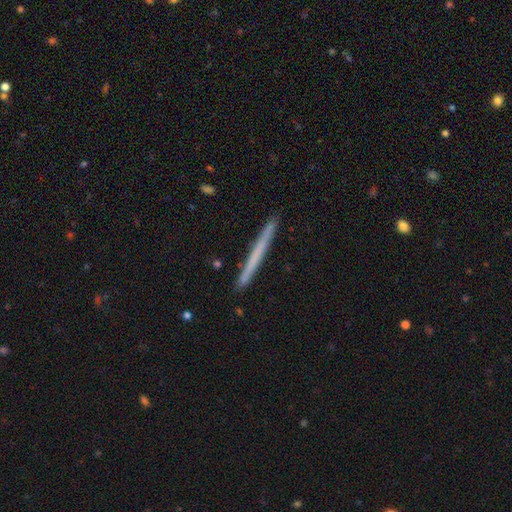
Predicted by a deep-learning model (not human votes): A smooth galaxy with no disk features (54%) that is cigar-shaped (97%).

Vote fractions:
- Smooth or featured? smooth: 54% / featured or disk: 40% / star or artifact: 6%
- How rounded? cigar-shaped: 97% / in between: 1% / round: 1%
- Merging? none: 92% / minor disturbance: 6% / merger: 1% / major disturbance: 1%